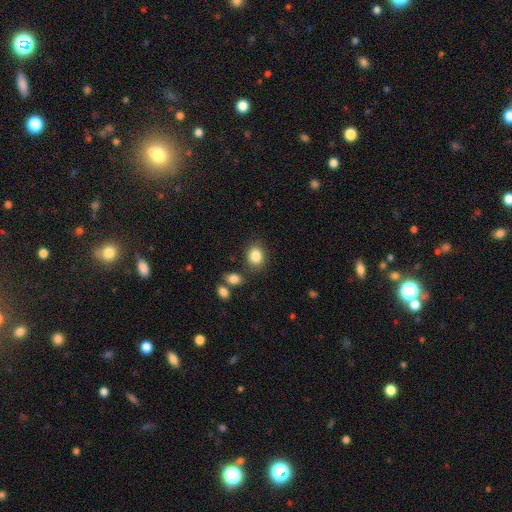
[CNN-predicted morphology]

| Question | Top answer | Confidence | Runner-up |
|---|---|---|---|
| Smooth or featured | smooth | 85% | star or artifact (9%) |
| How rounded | in between | 50% | round (49%) |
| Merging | none | 78% | minor disturbance (13%) |